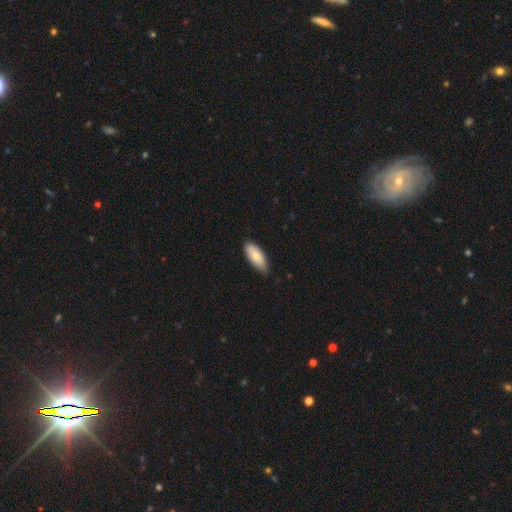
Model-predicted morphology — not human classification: This is likely a smooth galaxy (80%). How rounded: clearly in between (85%). Merging: likely none (77%).